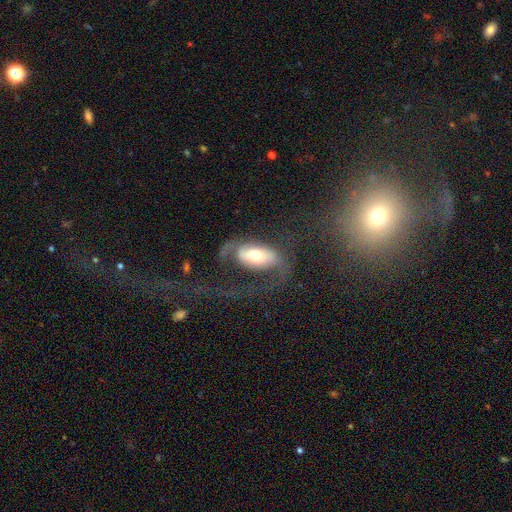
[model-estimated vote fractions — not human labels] Smooth or featured?
  - featured or disk: 54% *
  - smooth: 39%
  - star or artifact: 7%
Edge-on disk?
  - no: 90% *
  - yes: 10%
Merging?
  - major disturbance: 47% *
  - none: 34%
  - minor disturbance: 15%
  - merger: 3%